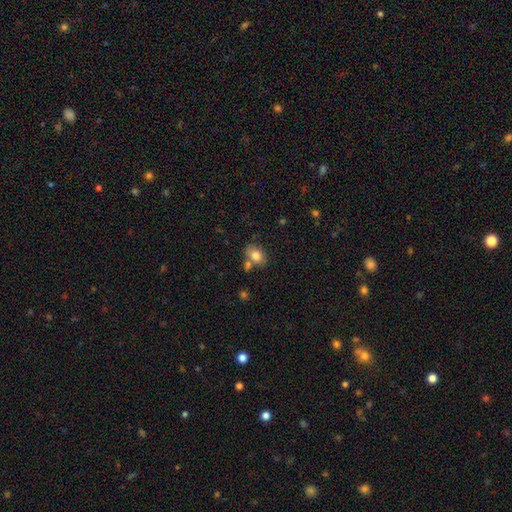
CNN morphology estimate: Smooth or featured: smooth — 79% (featured or disk — 12%)
How rounded: in between — 70% (round — 29%)
Merging: none — 58% (merger — 21%)